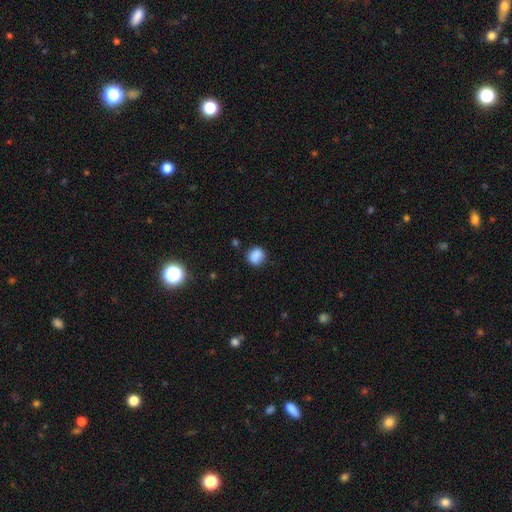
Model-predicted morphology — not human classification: smooth 84%, star or artifact 11%, featured or disk 5%. Down the decision tree: how rounded — round (73%); merging — none (76%).